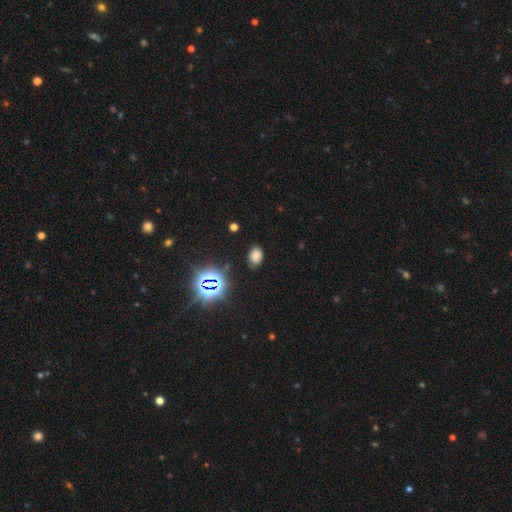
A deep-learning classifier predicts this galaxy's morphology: Overall: smooth (68%). How rounded: in between (83%). Merging: none (82%).